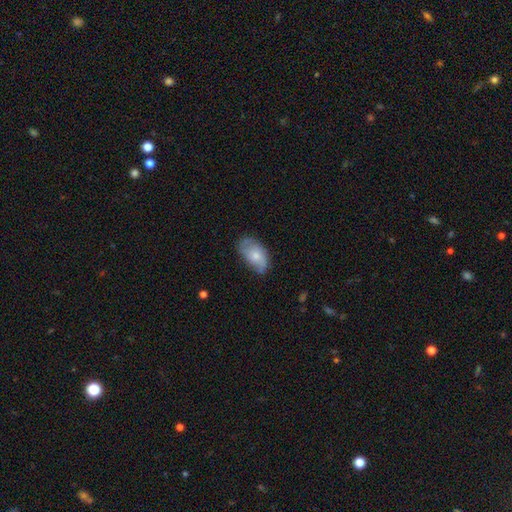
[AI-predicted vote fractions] Smooth or featured: smooth — 58% (featured or disk — 35%)
How rounded: in between — 92% (round — 6%)
Merging: none — 59% (minor disturbance — 30%)